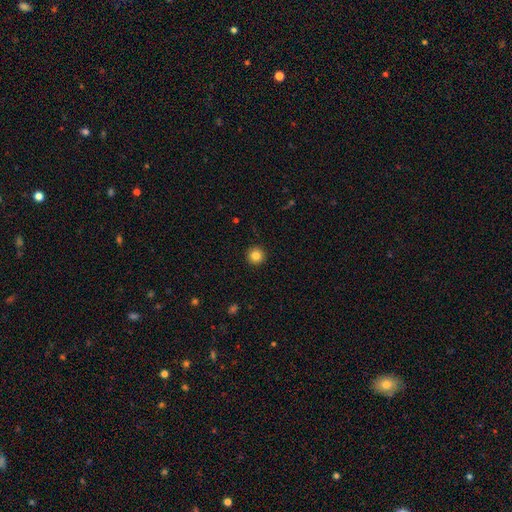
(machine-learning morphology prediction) Smooth or featured? Predicted: smooth (p=0.84). How rounded? Predicted: round (p=0.96). Merging? Predicted: none (p=0.93).